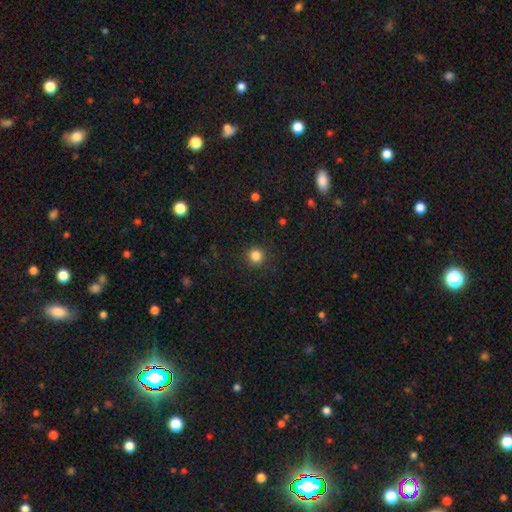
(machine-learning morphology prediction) smooth_or_featured: smooth (p=0.84) [alt: star or artifact p=0.12]
how_rounded: round (p=0.94) [alt: in between p=0.05]
merging: none (p=0.91) [alt: minor disturbance p=0.05]